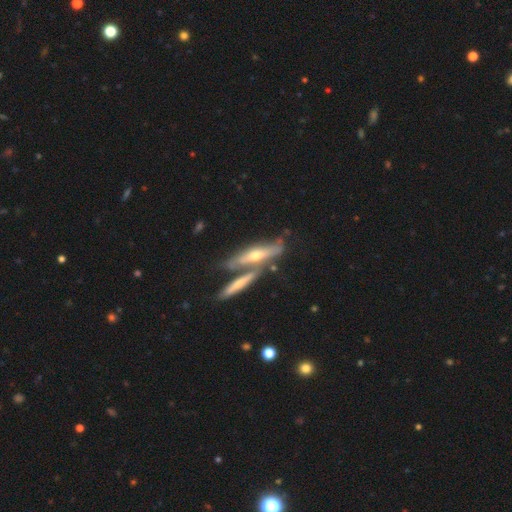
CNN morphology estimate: Overall: featured or disk (67%). Edge-on disk: yes (82%). Edge-on bulge: rounded (85%). Merging: none (49%; merger 34%).